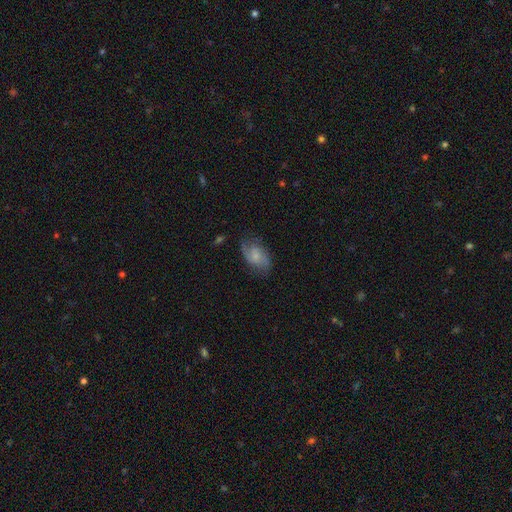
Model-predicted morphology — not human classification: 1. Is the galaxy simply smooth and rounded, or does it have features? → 60% featured or disk, 33% smooth, 7% star or artifact.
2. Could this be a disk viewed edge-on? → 96% no, 4% yes.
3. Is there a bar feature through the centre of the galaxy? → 64% no, 31% weak, 5% strong.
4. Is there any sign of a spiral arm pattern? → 90% yes, 10% no.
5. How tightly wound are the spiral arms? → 43% medium, 39% loose, 19% tight.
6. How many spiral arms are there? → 80% 2, 10% can't tell, 4% 1, 3% 3, 1% 4, 1% more than 4.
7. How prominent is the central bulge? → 59% small, 25% moderate, 13% none, 3% large, 1% dominant.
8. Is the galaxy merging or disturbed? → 68% none, 22% minor disturbance, 9% major disturbance, 1% merger.